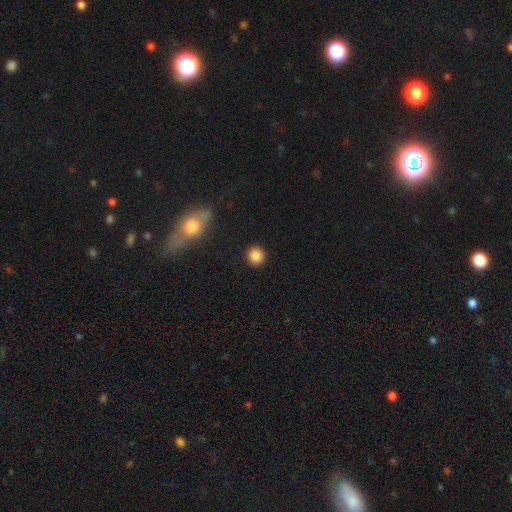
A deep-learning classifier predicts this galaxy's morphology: smooth_or_featured: smooth (p=0.87) [alt: star or artifact p=0.09]
how_rounded: round (p=0.90) [alt: in between p=0.09]
merging: none (p=0.91) [alt: minor disturbance p=0.06]